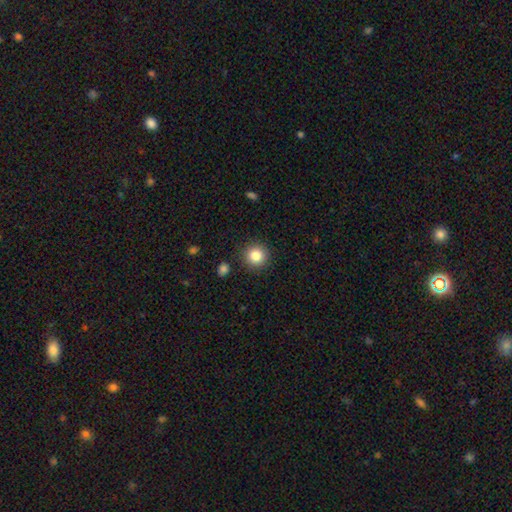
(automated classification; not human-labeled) Q: Smooth or featured?
A: smooth (84%); runner-up: star or artifact (10%)
Q: How rounded?
A: round (94%); runner-up: in between (5%)
Q: Merging?
A: none (90%); runner-up: minor disturbance (6%)